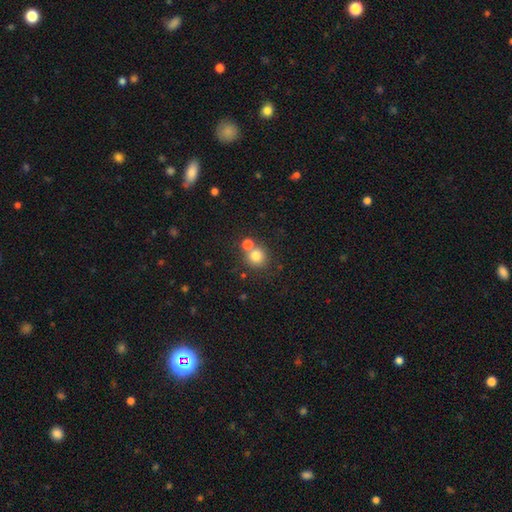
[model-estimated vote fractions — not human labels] Smooth or featured?
  - smooth: 79% *
  - star or artifact: 13%
  - featured or disk: 8%
How rounded?
  - round: 90% *
  - in between: 9%
  - cigar-shaped: 1%
Merging?
  - none: 63% *
  - merger: 27%
  - minor disturbance: 7%
  - major disturbance: 3%